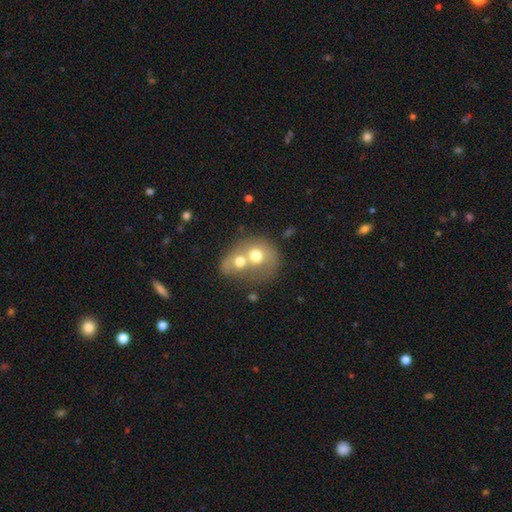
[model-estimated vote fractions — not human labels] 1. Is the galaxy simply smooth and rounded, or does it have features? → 59% smooth, 32% featured or disk, 9% star or artifact.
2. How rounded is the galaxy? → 63% round, 36% in between, 1% cigar-shaped.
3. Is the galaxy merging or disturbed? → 74% merger, 15% none, 6% minor disturbance, 5% major disturbance.